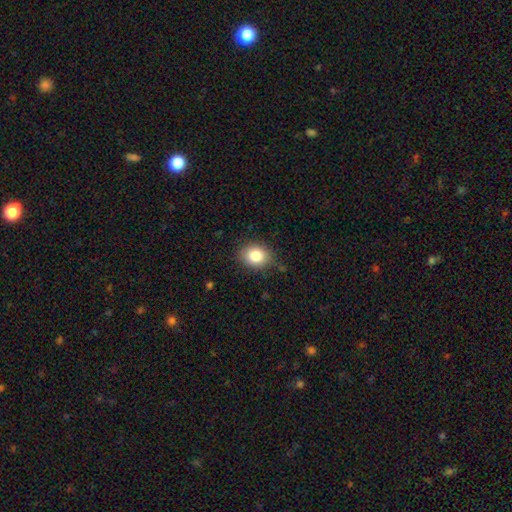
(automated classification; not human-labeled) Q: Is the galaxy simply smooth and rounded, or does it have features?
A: smooth — 83%.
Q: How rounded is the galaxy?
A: round — 55%.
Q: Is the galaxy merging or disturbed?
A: none — 83%.